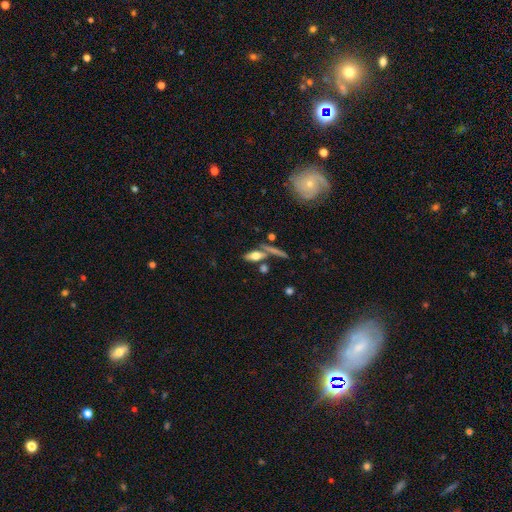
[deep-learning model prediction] Smooth or featured? Predicted: smooth (p=0.58). How rounded? Predicted: in between (p=0.65). Merging? Predicted: none (p=0.58).